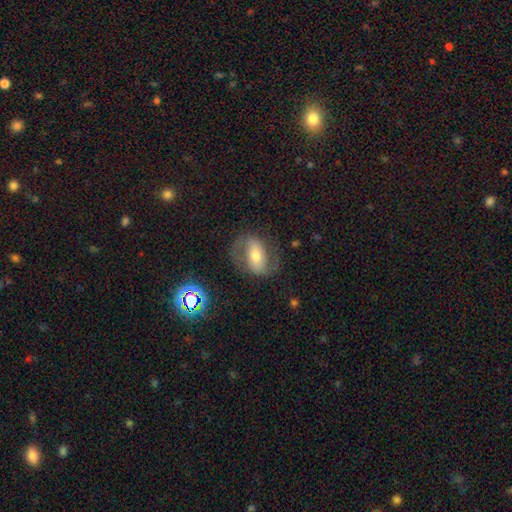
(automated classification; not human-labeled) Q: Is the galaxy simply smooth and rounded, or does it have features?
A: featured or disk — 65%.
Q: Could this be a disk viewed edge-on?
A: no — 95%.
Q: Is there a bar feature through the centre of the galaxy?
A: strong — 45%.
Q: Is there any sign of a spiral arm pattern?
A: yes — 83%.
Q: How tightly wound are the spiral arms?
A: medium — 50%.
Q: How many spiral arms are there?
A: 2 — 87%.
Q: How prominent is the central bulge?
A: moderate — 57%.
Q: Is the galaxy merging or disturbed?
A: none — 71%.